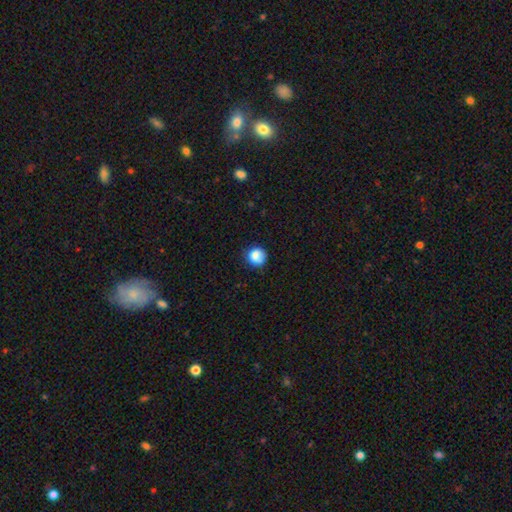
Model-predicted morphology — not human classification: Smooth or featured? smooth (83%)
How rounded? round (87%)
Merging? none (70%)